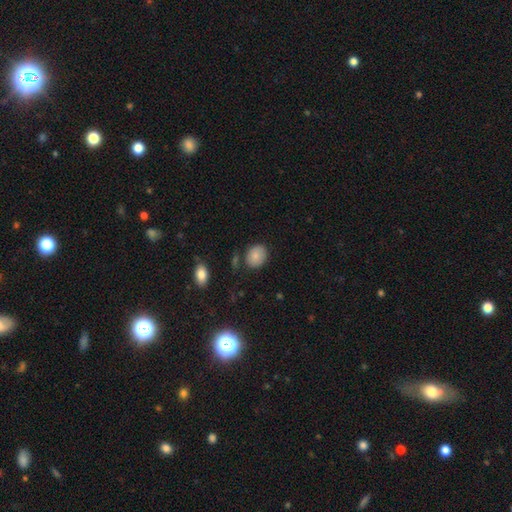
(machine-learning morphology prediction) This appears to be a smooth galaxy with no disk features (83%) that is round (52%). Merging: none (78%).